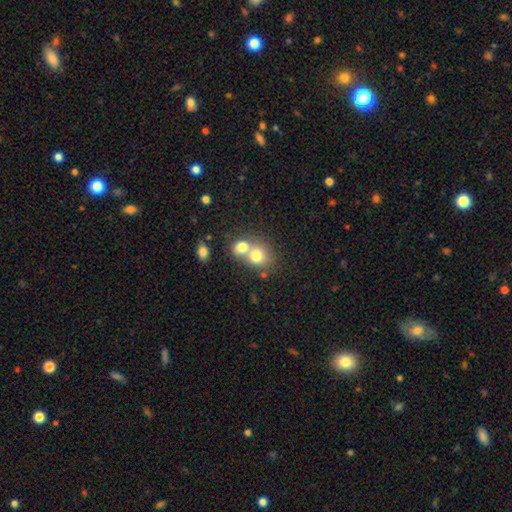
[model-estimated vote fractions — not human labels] Morphology: type=smooth (73%); roundness=round (67%); merging=merger (63%).